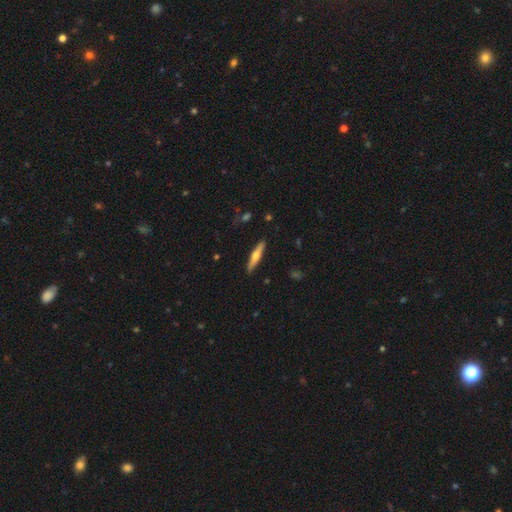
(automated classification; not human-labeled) This appears to be a featured or disk galaxy (53%) viewed edge-on (96%) with a rounded central bulge (91%). Merging: none (90%).